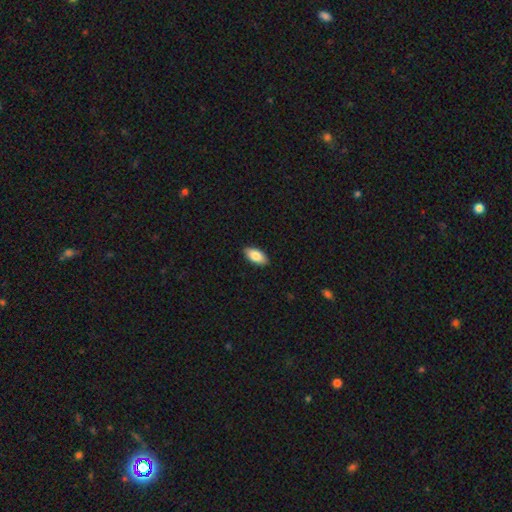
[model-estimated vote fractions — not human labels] This appears to be a smooth galaxy with no disk features (85%) that is in between round and cigar-shaped (92%). Merging: none (89%).